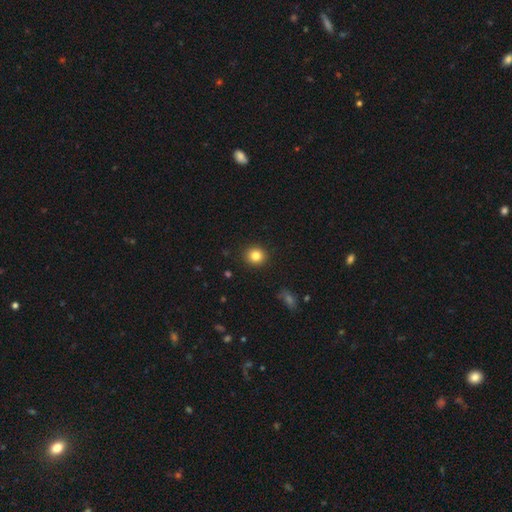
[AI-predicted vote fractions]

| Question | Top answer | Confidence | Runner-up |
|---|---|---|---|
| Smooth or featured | smooth | 83% | star or artifact (11%) |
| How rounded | round | 89% | in between (11%) |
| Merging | none | 91% | minor disturbance (6%) |